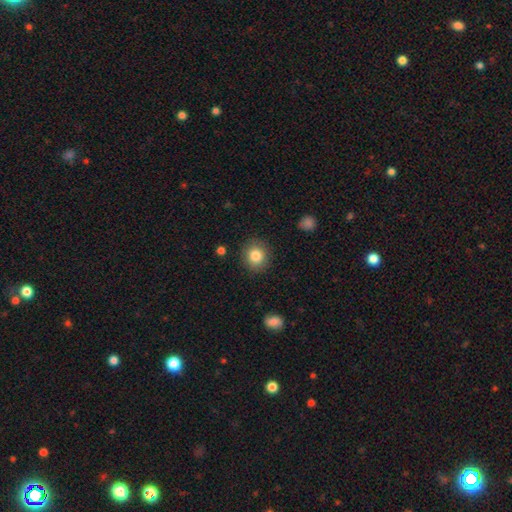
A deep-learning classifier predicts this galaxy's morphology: smooth_or_featured: smooth (p=0.84) [alt: star or artifact p=0.10]
how_rounded: round (p=0.86) [alt: in between p=0.13]
merging: none (p=0.89) [alt: minor disturbance p=0.08]